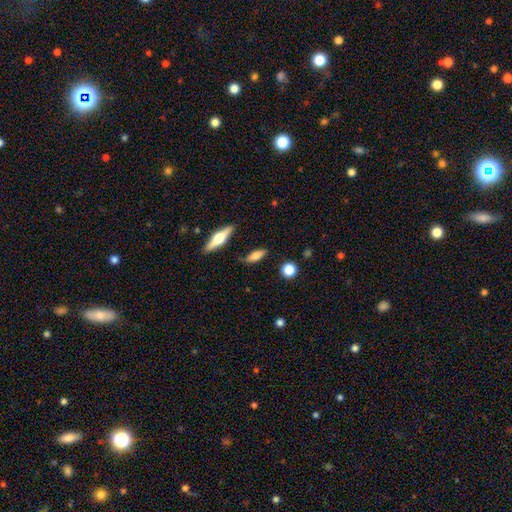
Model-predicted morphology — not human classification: This is likely a smooth galaxy (62%). How rounded: possibly in between (56%). Merging: likely none (76%).